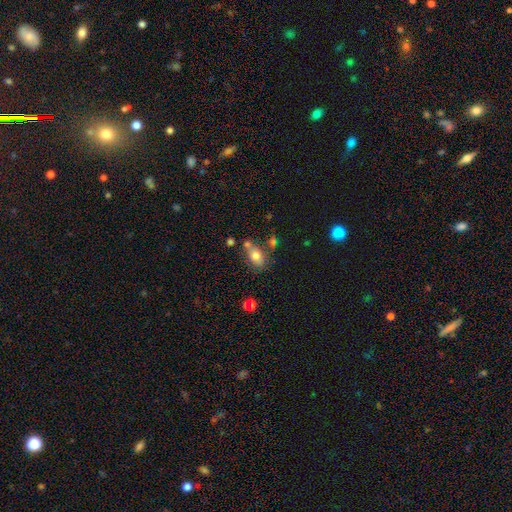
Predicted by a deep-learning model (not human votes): A smooth galaxy with no disk features (74%) that is in between round and cigar-shaped (75%).

Vote fractions:
- Smooth or featured? smooth: 74% / featured or disk: 15% / star or artifact: 11%
- How rounded? in between: 75% / round: 22% / cigar-shaped: 3%
- Merging? none: 50% / merger: 24% / minor disturbance: 19% / major disturbance: 8%